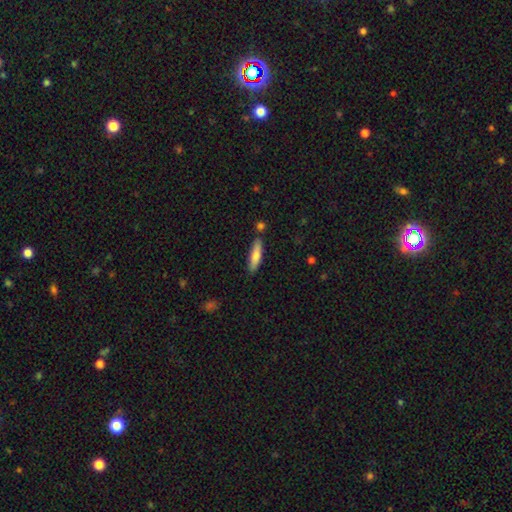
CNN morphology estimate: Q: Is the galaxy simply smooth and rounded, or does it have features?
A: smooth — 74%.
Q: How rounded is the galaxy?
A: cigar-shaped — 72%.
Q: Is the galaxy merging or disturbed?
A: none — 81%.